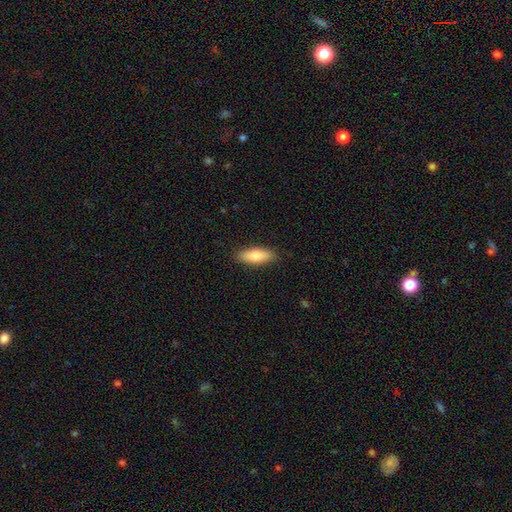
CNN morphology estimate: A smooth galaxy with no disk features (80%) that is in between round and cigar-shaped (63%).

Vote fractions:
- Smooth or featured? smooth: 80% / featured or disk: 14% / star or artifact: 6%
- How rounded? in between: 63% / cigar-shaped: 35% / round: 2%
- Merging? none: 88% / minor disturbance: 9% / major disturbance: 2% / merger: 1%